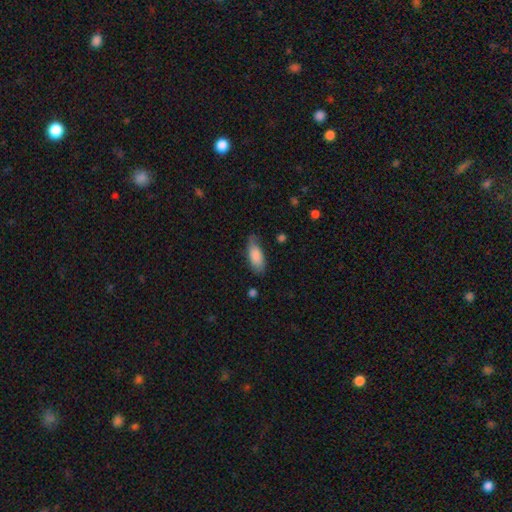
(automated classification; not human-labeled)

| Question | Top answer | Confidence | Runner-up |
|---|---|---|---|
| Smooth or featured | smooth | 82% | featured or disk (12%) |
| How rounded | in between | 83% | cigar-shaped (15%) |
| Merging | none | 63% | minor disturbance (29%) |